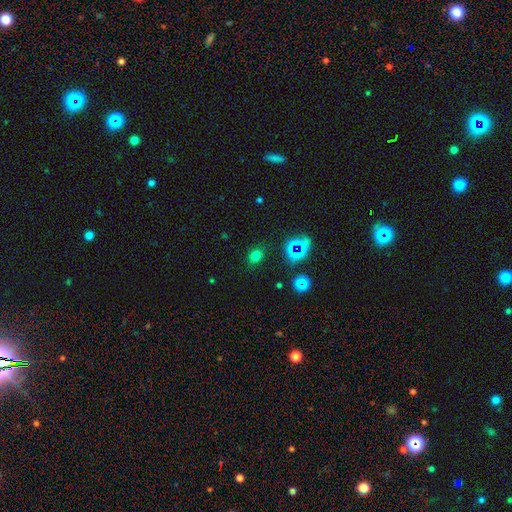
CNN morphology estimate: This is likely a smooth galaxy (68%). How rounded: possibly round (51%). Merging: clearly none (84%).